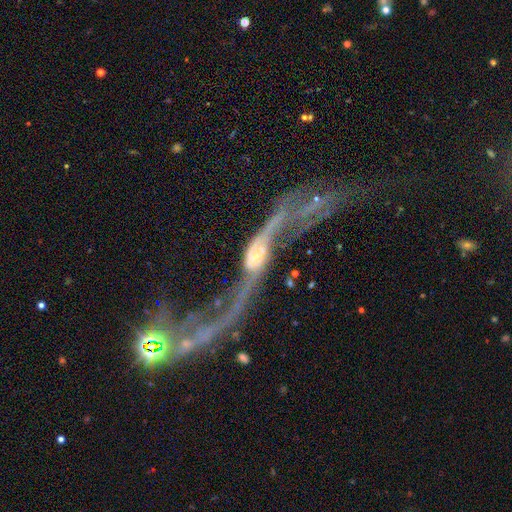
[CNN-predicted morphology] The model was most divided on "bar": no: 46%, weak: 32%, strong: 23%. Remaining: spiral arm count — 2 (89%); spiral winding — loose (88%); smooth or featured — featured or disk (83%); spiral arms — yes (82%); edge-on disk — no (76%); bulge size — small (48%); merging — major disturbance (43%).